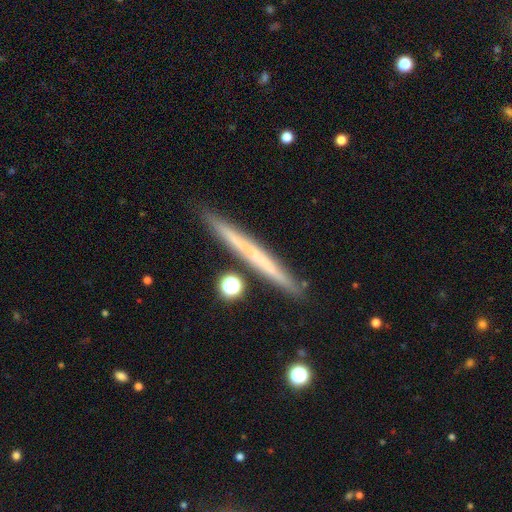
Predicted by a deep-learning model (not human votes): Smooth or featured?
  - featured or disk: 50% *
  - smooth: 43%
  - star or artifact: 7%
Edge-on disk?
  - yes: 95% *
  - no: 5%
Merging?
  - none: 87% *
  - minor disturbance: 8%
  - merger: 3%
  - major disturbance: 2%